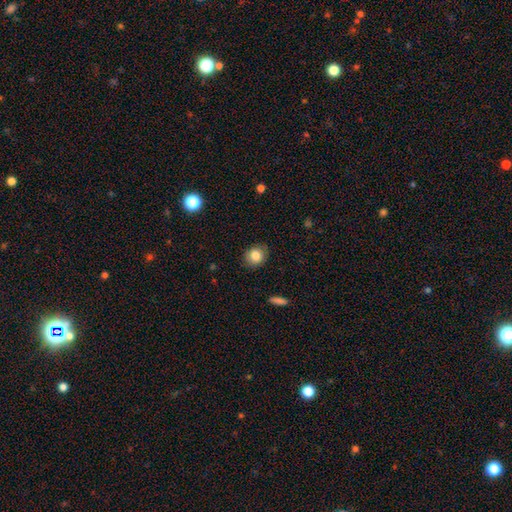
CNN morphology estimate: Smooth or featured? Predicted: smooth (p=0.83). How rounded? Predicted: round (p=0.66). Merging? Predicted: none (p=0.86).